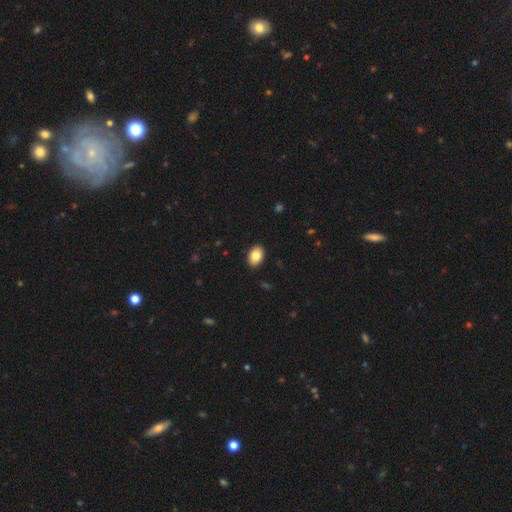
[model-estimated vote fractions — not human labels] Smooth or featured? smooth (85%)
How rounded? in between (84%)
Merging? none (90%)